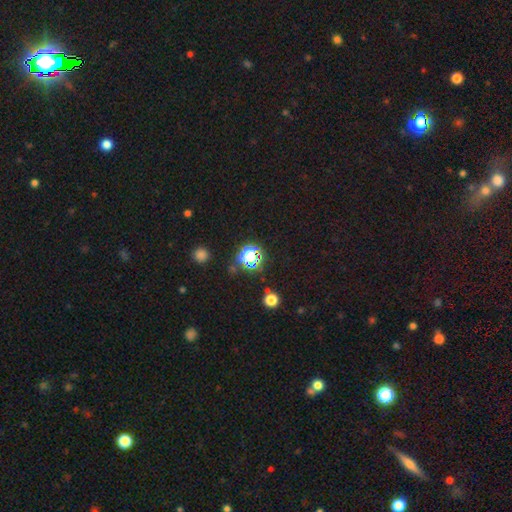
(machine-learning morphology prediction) This appears to be a star or artifact, not a galaxy (62%).